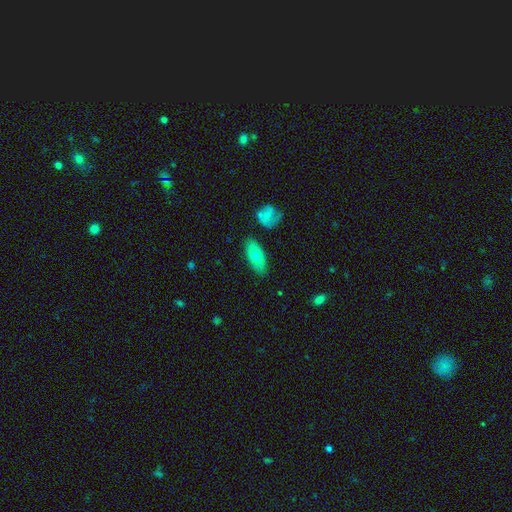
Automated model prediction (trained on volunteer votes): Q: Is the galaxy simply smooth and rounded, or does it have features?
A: smooth — 71%.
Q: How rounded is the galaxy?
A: in between — 87%.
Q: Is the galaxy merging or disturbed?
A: none — 81%.